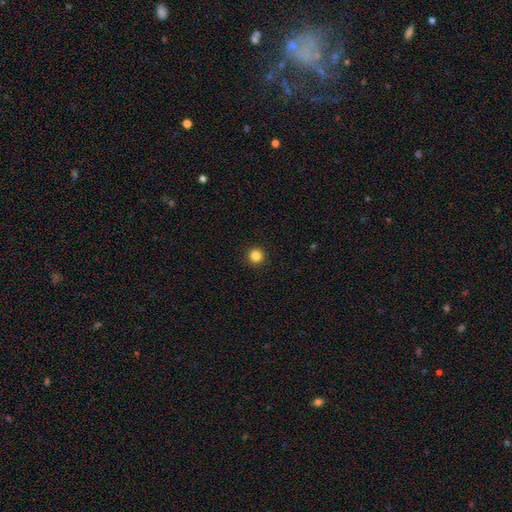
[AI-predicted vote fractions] The model was most divided on "smooth or featured": smooth: 84%, star or artifact: 12%, featured or disk: 4%. More confident: how rounded — round (96%); merging — none (94%).